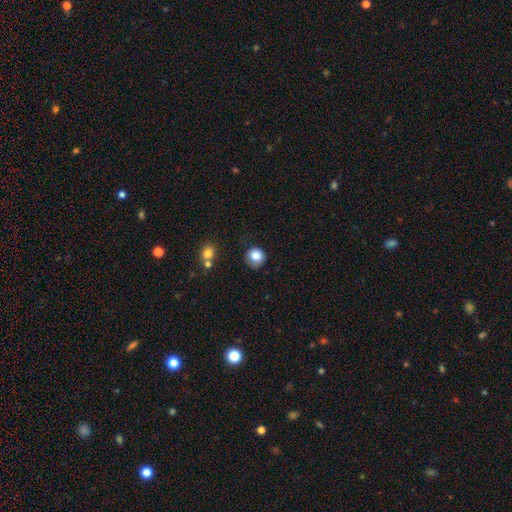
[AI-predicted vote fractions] This is clearly a smooth galaxy (83%). How rounded: clearly round (83%). Merging: likely none (60%).